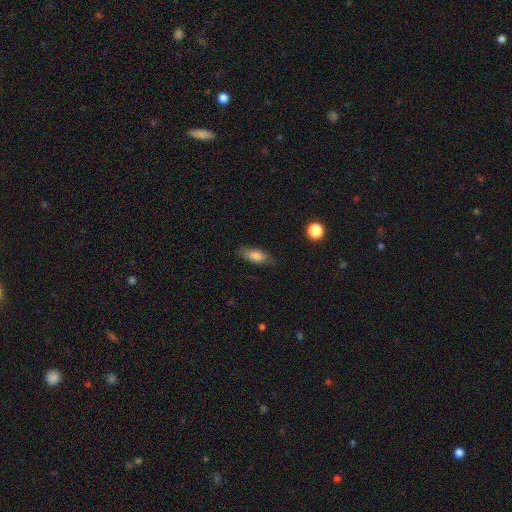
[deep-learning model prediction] The model was most divided on "how rounded": in between: 74%, cigar-shaped: 23%, round: 4%. More confident: smooth or featured — smooth (79%); merging — none (78%).